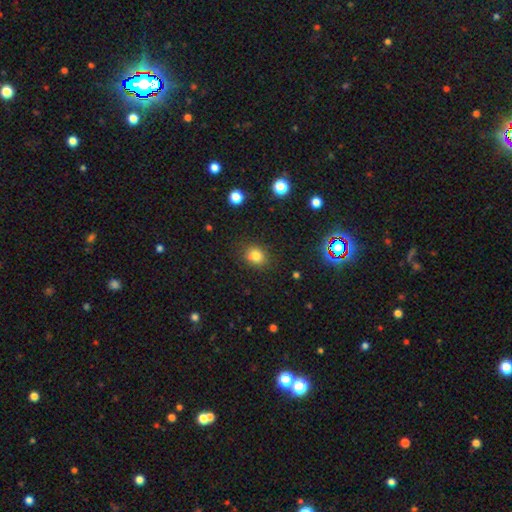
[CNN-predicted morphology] Smooth or featured? Predicted: smooth (p=0.79). How rounded? Predicted: round (p=0.66). Merging? Predicted: none (p=0.85).